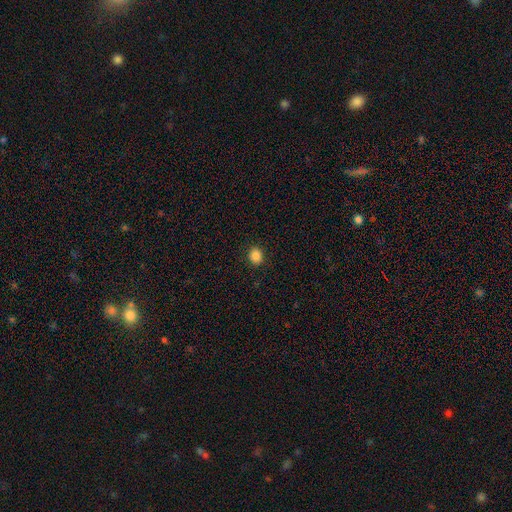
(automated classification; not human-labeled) Morphology: type=smooth (85%); roundness=round (69%); merging=none (91%).